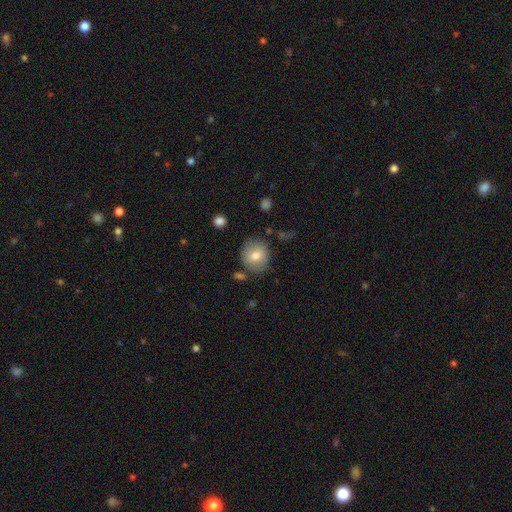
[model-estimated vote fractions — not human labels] This appears to be a smooth galaxy with no disk features (76%) that is round (82%). Merging: none (78%).